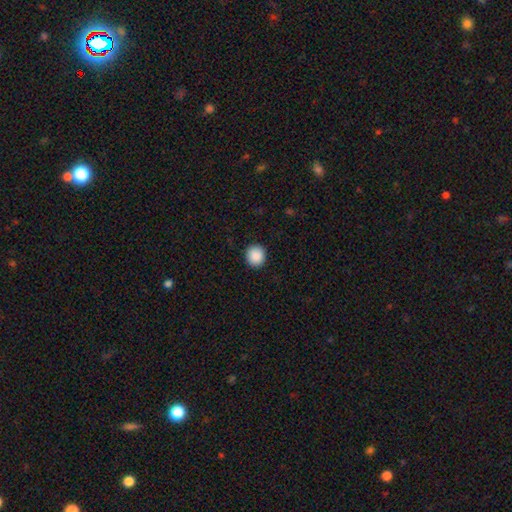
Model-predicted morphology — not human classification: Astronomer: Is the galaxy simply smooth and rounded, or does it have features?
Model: smooth — 90%.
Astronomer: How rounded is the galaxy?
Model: round — 90%.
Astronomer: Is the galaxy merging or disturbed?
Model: none — 92%.